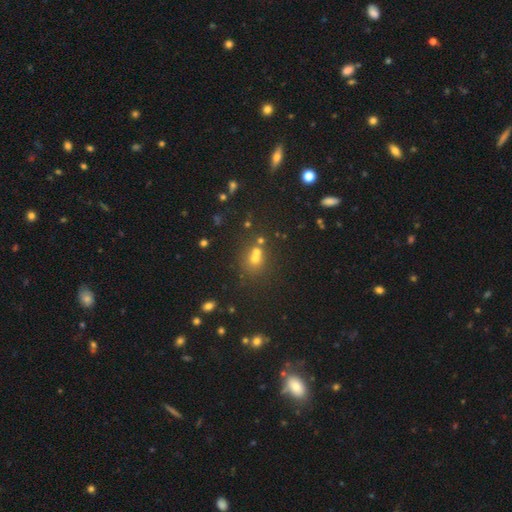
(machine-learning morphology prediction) Smooth or featured: smooth — 53% (star or artifact — 35%)
How rounded: round — 65% (in between — 33%)
Merging: none — 57% (merger — 28%)